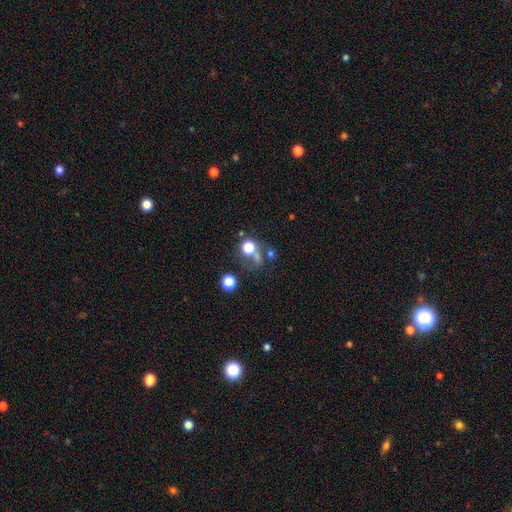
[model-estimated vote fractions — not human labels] smooth_or_featured: smooth (p=0.43) [alt: star or artifact p=0.42]
merging: none (p=0.48) [alt: merger p=0.28]